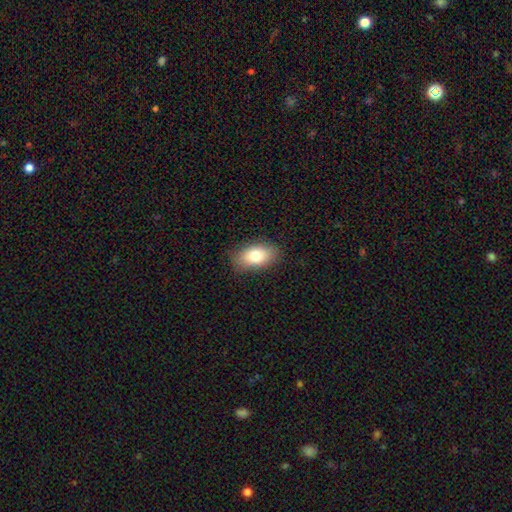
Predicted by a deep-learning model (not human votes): A smooth galaxy with no disk features (78%) that is in between round and cigar-shaped (90%). Merging: none (83%).